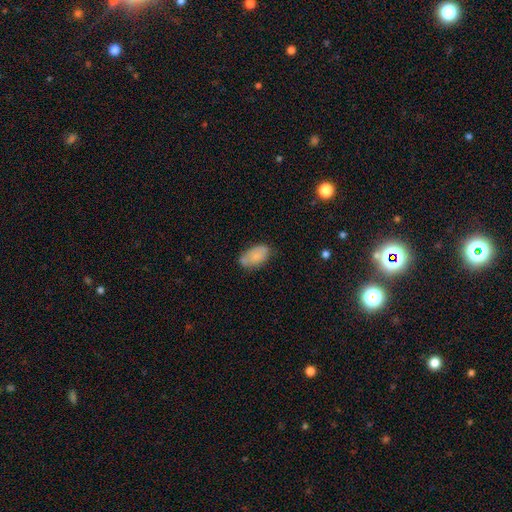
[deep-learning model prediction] smooth 79%, featured or disk 14%, star or artifact 7%. Down the decision tree: how rounded — in between (93%); merging — none (59%).